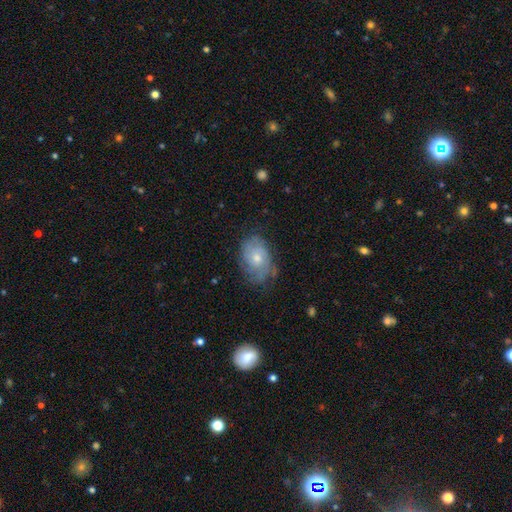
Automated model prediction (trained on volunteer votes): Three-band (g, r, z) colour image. It shows a featured or disk galaxy (61%) with no bar (80%), spiral arms (83%) and a moderate central bulge (52%). Merging: none (66%).